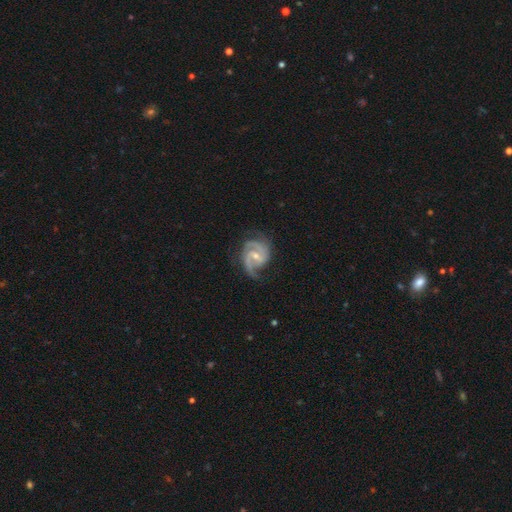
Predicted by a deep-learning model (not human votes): This is clearly a featured or disk galaxy (91%). It is clearly not viewed edge-on (98%). Bar: possibly weak (54%). Spiral arm pattern: clearly yes (98%). Spiral arm count: likely 2 (67%). Spiral winding: possibly medium (54%). Central bulge: possibly small (52%). Merging: likely none (67%).